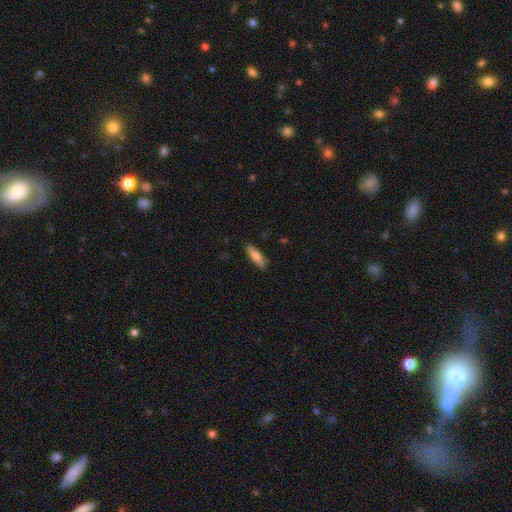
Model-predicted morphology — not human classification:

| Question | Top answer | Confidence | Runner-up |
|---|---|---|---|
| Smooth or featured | smooth | 76% | featured or disk (18%) |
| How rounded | cigar-shaped | 59% | in between (39%) |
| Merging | none | 83% | minor disturbance (13%) |